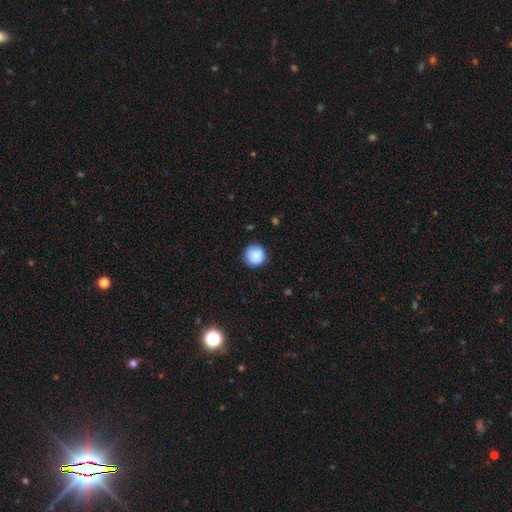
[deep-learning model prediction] Smooth or featured?
  - smooth: 88% *
  - star or artifact: 8%
  - featured or disk: 4%
How rounded?
  - round: 95% *
  - in between: 4%
  - cigar-shaped: 1%
Merging?
  - none: 86% *
  - minor disturbance: 10%
  - major disturbance: 2%
  - merger: 1%